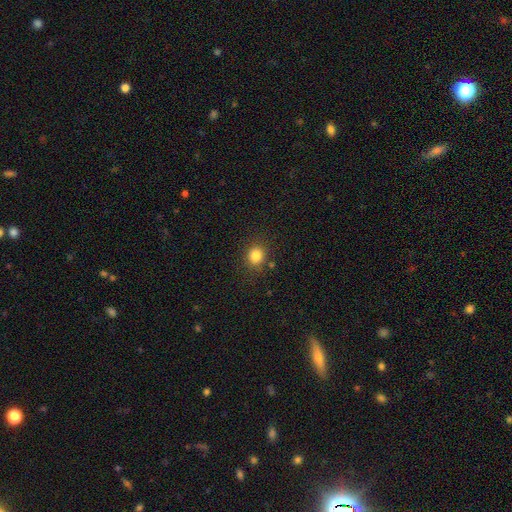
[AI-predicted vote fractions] This appears to be a smooth galaxy with no disk features (83%) that is round (80%). Merging: none (83%).